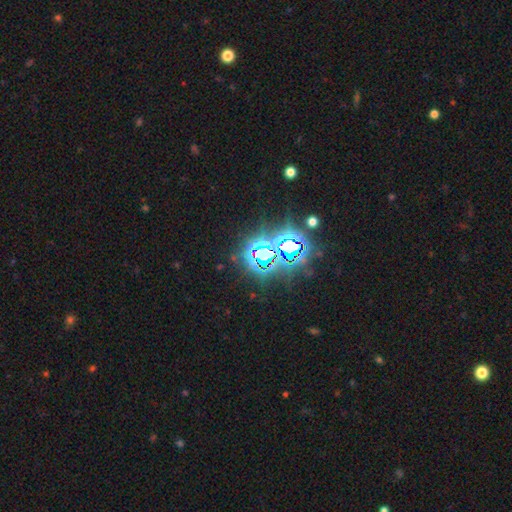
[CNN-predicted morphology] The model was most divided on "smooth or featured": star or artifact: 82%, smooth: 12%, featured or disk: 7%.